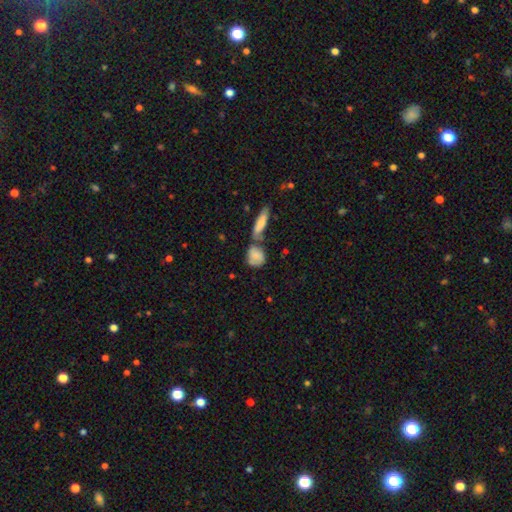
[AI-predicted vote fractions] A smooth galaxy with no disk features (71%) that is in between round and cigar-shaped (48%). Merging: none (42%).